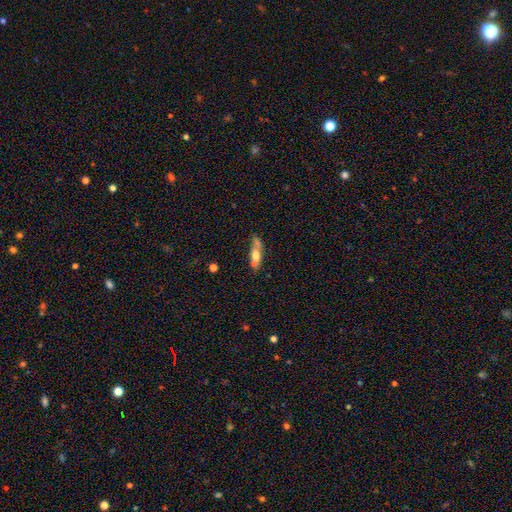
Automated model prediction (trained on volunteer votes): smooth_or_featured: smooth (p=0.56) [alt: featured or disk p=0.36]
how_rounded: cigar-shaped (p=0.51) [alt: in between p=0.44]
merging: none (p=0.45) [alt: merger p=0.23]